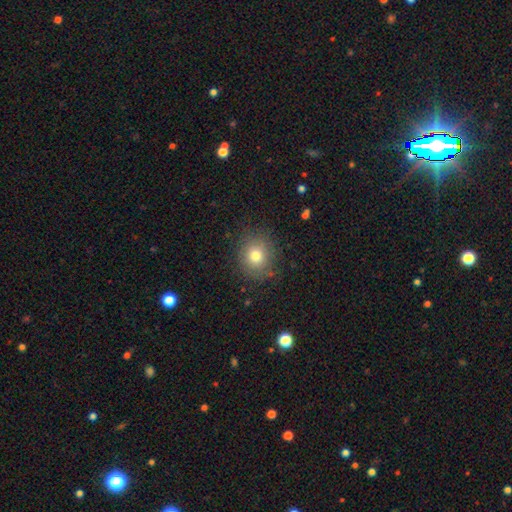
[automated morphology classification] smooth_or_featured: smooth (p=0.76) [alt: star or artifact p=0.12]
how_rounded: round (p=0.78) [alt: in between p=0.21]
merging: none (p=0.81) [alt: minor disturbance p=0.13]